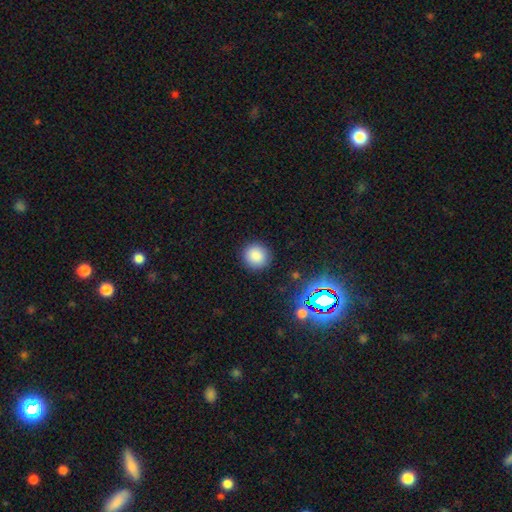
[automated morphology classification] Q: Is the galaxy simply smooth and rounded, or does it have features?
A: smooth — 84%.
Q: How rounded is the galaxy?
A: round — 91%.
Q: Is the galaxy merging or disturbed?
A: none — 90%.